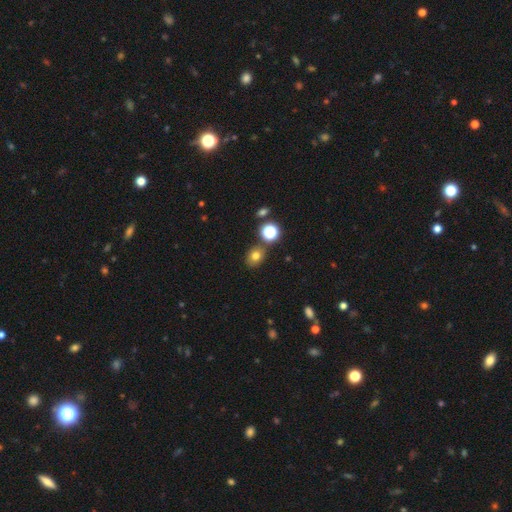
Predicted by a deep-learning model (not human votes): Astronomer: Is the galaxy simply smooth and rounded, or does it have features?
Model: smooth — 72%.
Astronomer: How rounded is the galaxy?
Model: round — 58% (runner-up: in between, 41%).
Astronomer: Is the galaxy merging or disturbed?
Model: none — 77%.